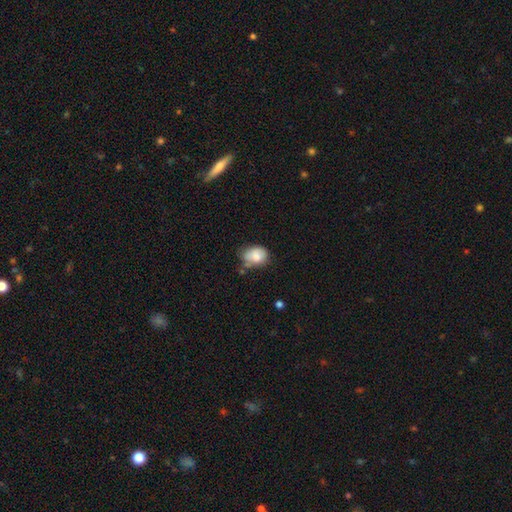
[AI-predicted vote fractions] A smooth galaxy with no disk features (79%) that is in between round and cigar-shaped (63%).

Vote fractions:
- Smooth or featured? smooth: 79% / featured or disk: 12% / star or artifact: 8%
- How rounded? in between: 63% / round: 36% / cigar-shaped: 1%
- Merging? none: 48% / minor disturbance: 33% / merger: 10% / major disturbance: 9%